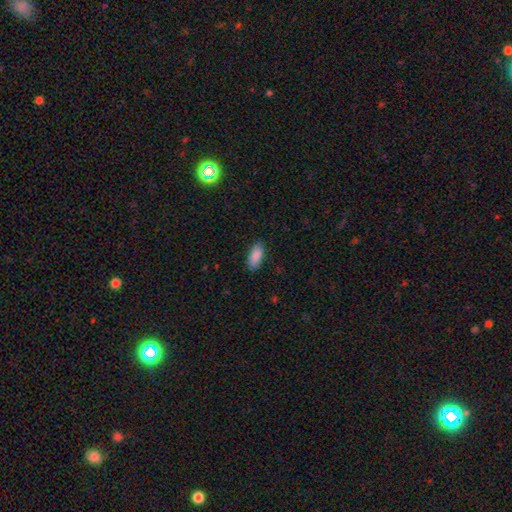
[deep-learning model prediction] Q: Smooth or featured?
A: smooth (89%); runner-up: star or artifact (6%)
Q: How rounded?
A: in between (85%); runner-up: cigar-shaped (13%)
Q: Merging?
A: none (88%); runner-up: minor disturbance (9%)